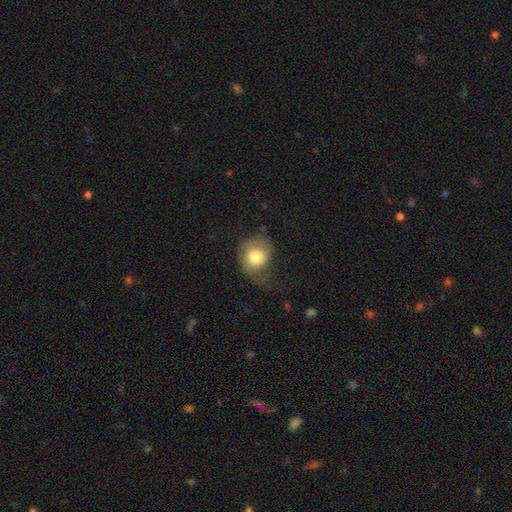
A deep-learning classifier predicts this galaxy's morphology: A smooth galaxy with no disk features (73%) that is round (71%). Merging: none (34%).